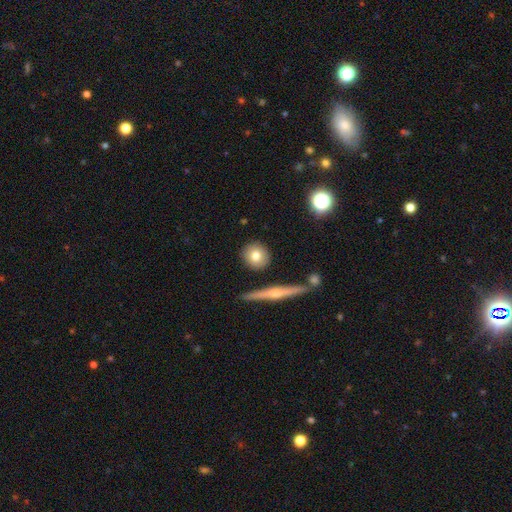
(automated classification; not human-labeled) smooth 77%, featured or disk 16%, star or artifact 8%. Down the decision tree: how rounded — round (86%); merging — none (88%).